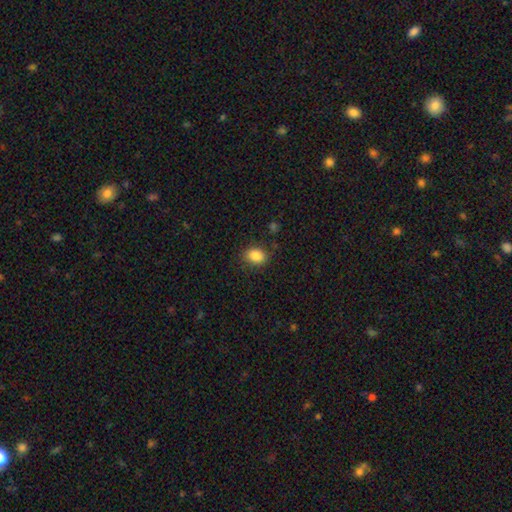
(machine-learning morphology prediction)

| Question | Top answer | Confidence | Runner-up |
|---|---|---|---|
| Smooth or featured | smooth | 86% | star or artifact (9%) |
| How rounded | in between | 69% | round (29%) |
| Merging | none | 85% | minor disturbance (11%) |